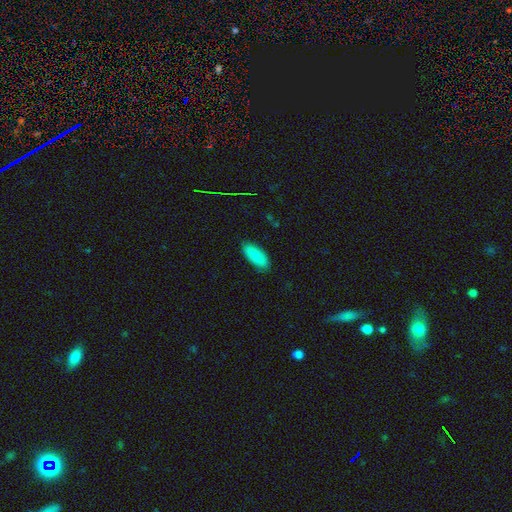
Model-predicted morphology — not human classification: A smooth galaxy with no disk features (86%) that is in between round and cigar-shaped (82%).

Vote fractions:
- Smooth or featured? smooth: 86% / featured or disk: 7% / star or artifact: 6%
- How rounded? in between: 82% / cigar-shaped: 16% / round: 2%
- Merging? none: 85% / minor disturbance: 12% / major disturbance: 2% / merger: 1%